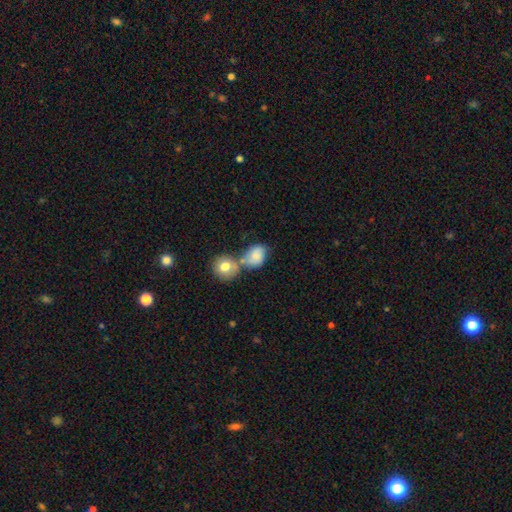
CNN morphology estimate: Smooth or featured: smooth — 73% (featured or disk — 19%)
How rounded: in between — 54% (round — 45%)
Merging: merger — 39% (none — 31%)